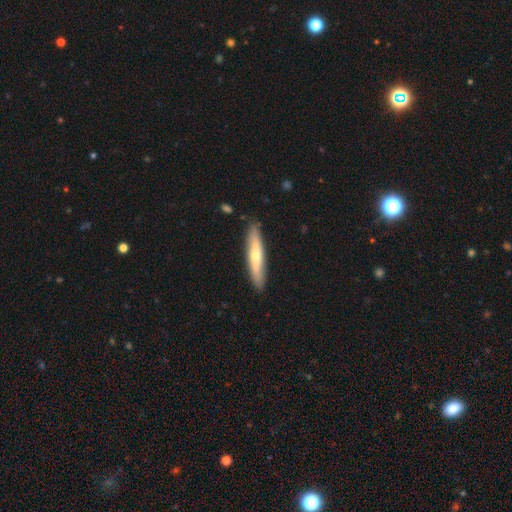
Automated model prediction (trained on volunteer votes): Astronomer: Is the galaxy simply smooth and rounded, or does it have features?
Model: smooth — 53% (runner-up: featured or disk, 42%).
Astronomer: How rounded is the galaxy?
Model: cigar-shaped — 87%.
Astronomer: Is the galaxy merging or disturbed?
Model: none — 88%.